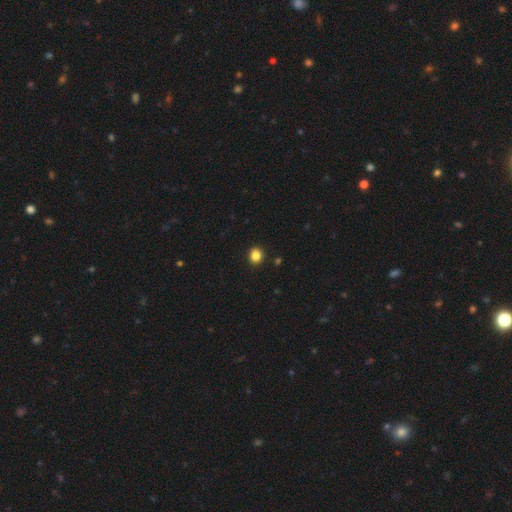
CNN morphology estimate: Overall: smooth (85%). How rounded: round (80%). Merging: none (92%).